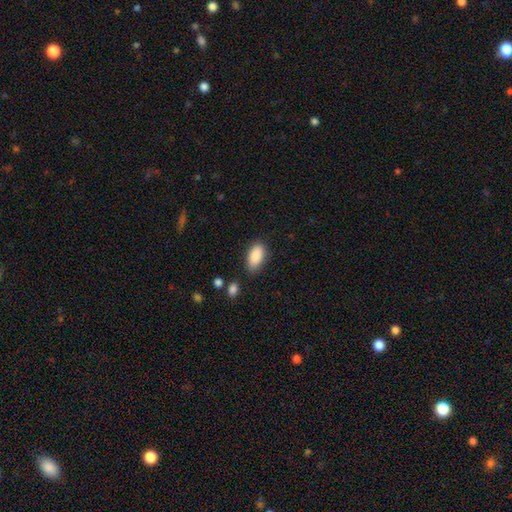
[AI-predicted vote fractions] smooth_or_featured: smooth (p=0.89) [alt: star or artifact p=0.07]
how_rounded: in between (p=0.92) [alt: cigar-shaped p=0.05]
merging: none (p=0.81) [alt: minor disturbance p=0.14]